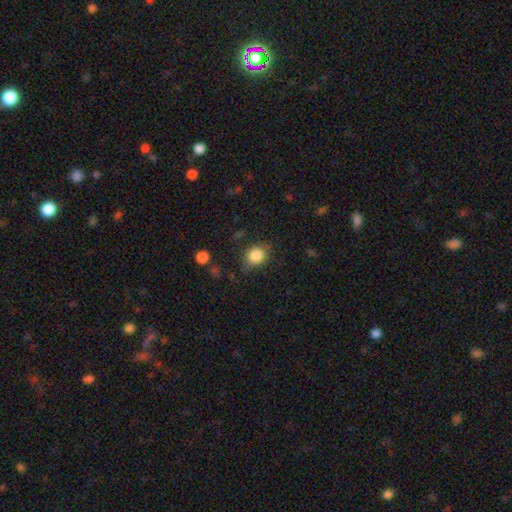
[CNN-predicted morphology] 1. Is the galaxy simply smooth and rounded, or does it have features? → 83% smooth, 10% star or artifact, 7% featured or disk.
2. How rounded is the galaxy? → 64% round, 34% in between, 1% cigar-shaped.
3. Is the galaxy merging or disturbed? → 72% none, 20% minor disturbance, 6% major disturbance, 2% merger.